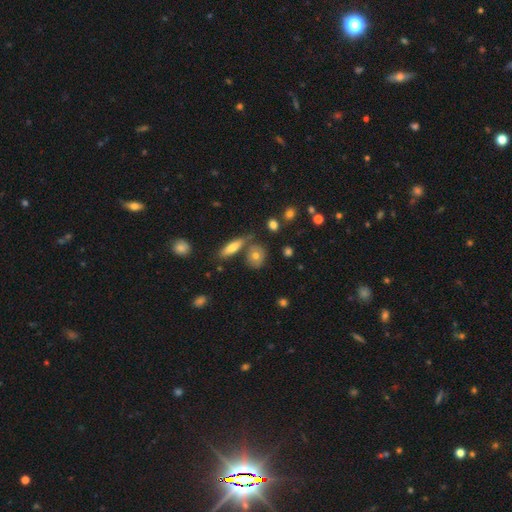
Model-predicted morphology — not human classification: smooth_or_featured: smooth (p=0.68) [alt: featured or disk p=0.22]
how_rounded: round (p=0.48) [alt: in between p=0.45]
merging: none (p=0.67) [alt: minor disturbance p=0.15]